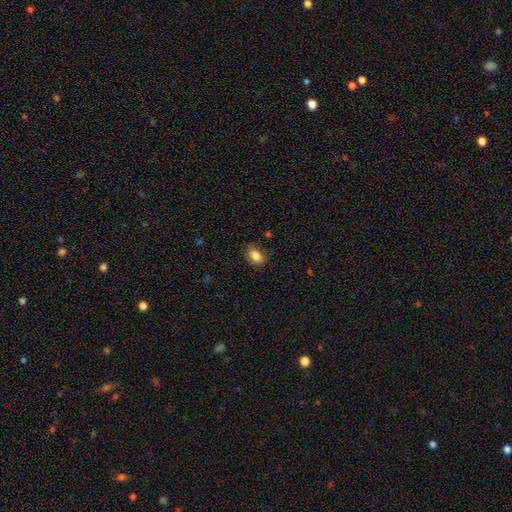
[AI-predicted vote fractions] Smooth or featured? Predicted: smooth (p=0.84). How rounded? Predicted: in between (p=0.83). Merging? Predicted: none (p=0.78).